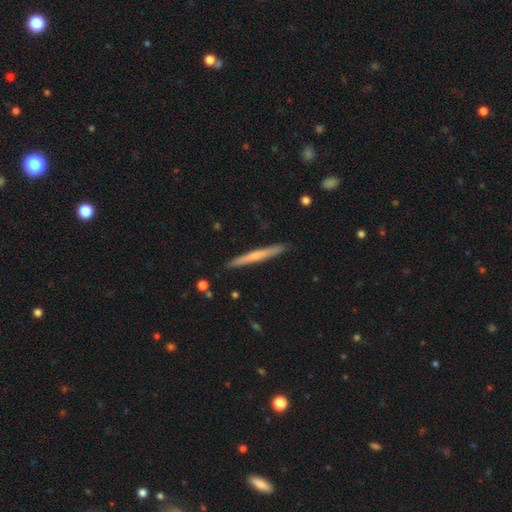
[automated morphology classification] type=featured or disk (47%, tied with smooth); merging=none (91%).